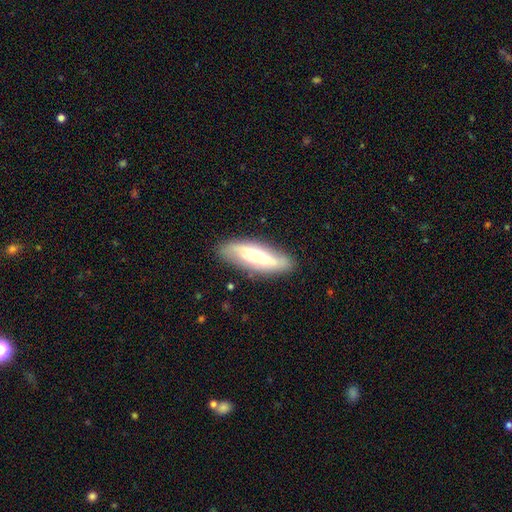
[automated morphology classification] Overall: smooth (48%; featured or disk 45%). Merging: none (83%).